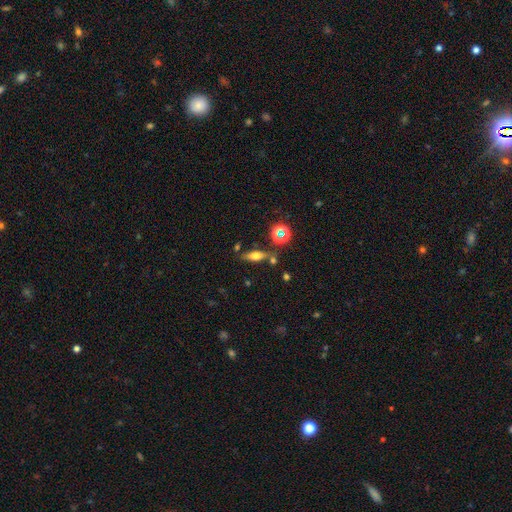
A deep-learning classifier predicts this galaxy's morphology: smooth-or-featured: smooth: 52% | featured or disk: 32% | star or artifact: 16%
  how-rounded: in between: 57% | cigar-shaped: 36% | round: 7%
  merging: none: 72% | minor disturbance: 13% | merger: 11% | major disturbance: 4%